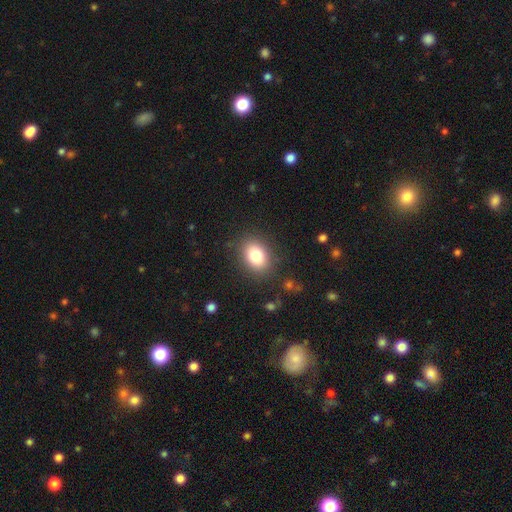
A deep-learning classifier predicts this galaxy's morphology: Smooth or featured?
  - smooth: 80% *
  - star or artifact: 10%
  - featured or disk: 10%
How rounded?
  - in between: 65% *
  - round: 34%
  - cigar-shaped: 1%
Merging?
  - none: 85% *
  - minor disturbance: 10%
  - major disturbance: 4%
  - merger: 1%